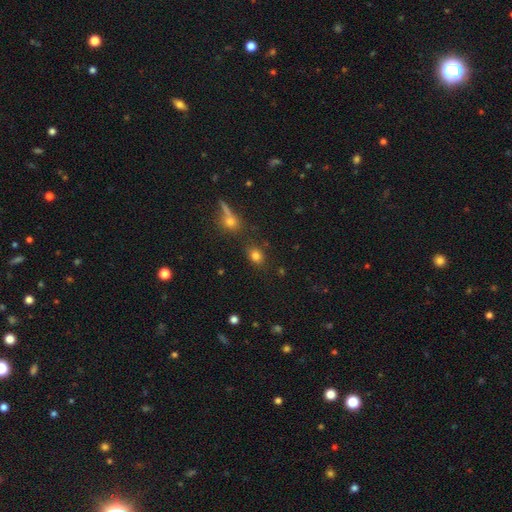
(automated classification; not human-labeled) Overall: smooth (79%). How rounded: in between (50%; round 47%). Merging: none (79%).